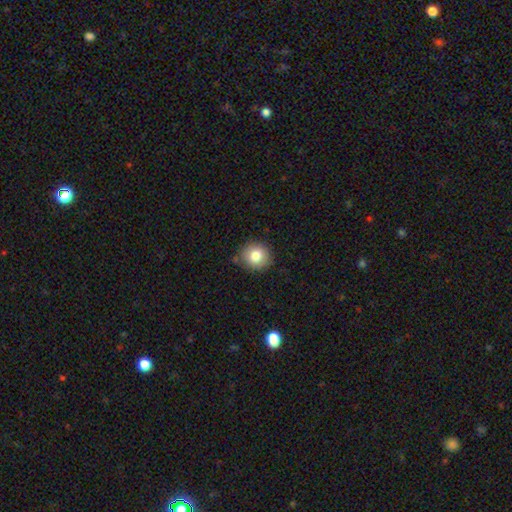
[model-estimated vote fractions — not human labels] Smooth or featured? Predicted: smooth (p=0.82). How rounded? Predicted: round (p=0.88). Merging? Predicted: none (p=0.81).